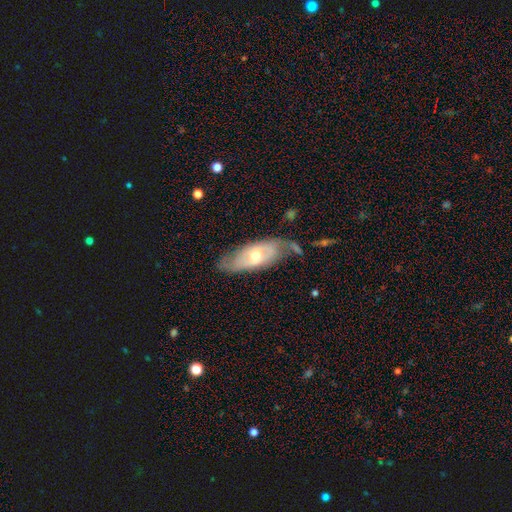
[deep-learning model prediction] Smooth or featured? Predicted: featured or disk (p=0.60). Edge-on disk? Predicted: no (p=0.82). Merging? Predicted: none (p=0.58).